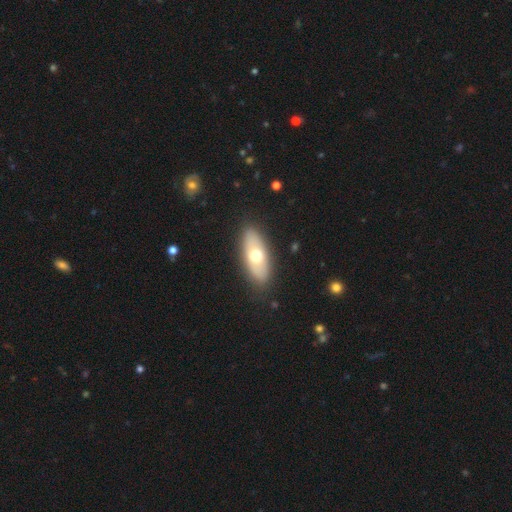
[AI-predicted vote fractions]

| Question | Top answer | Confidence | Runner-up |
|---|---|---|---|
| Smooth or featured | smooth | 57% | featured or disk (37%) |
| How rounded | in between | 83% | cigar-shaped (13%) |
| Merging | none | 86% | minor disturbance (10%) |